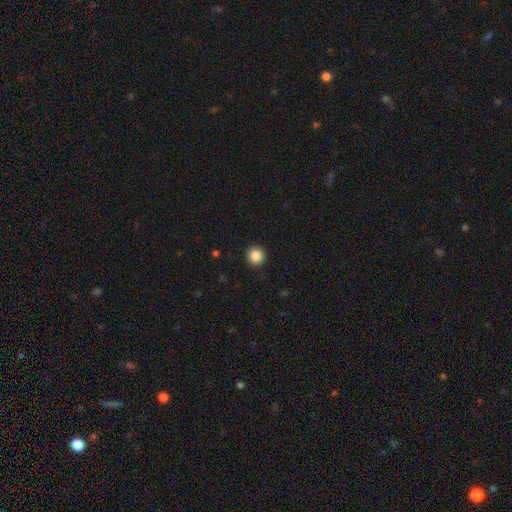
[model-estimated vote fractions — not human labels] smooth 87%, star or artifact 10%, featured or disk 4%. Down the decision tree: how rounded — round (95%); merging — none (93%).